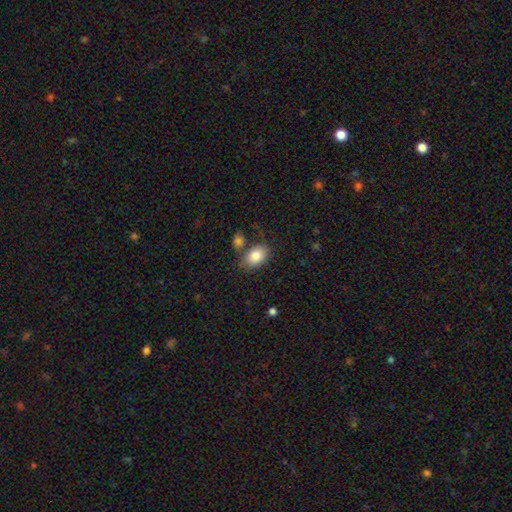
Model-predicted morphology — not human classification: Smooth or featured? Predicted: smooth (p=0.84). How rounded? Predicted: in between (p=0.84). Merging? Predicted: none (p=0.70).